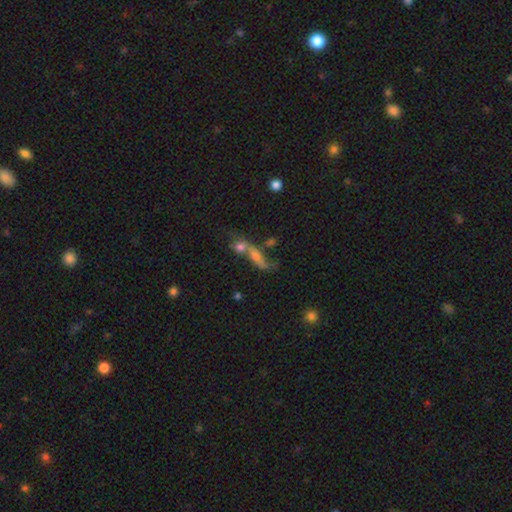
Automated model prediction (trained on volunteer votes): Smooth or featured: featured or disk — 40% (smooth — 38%)
Merging: merger — 43% (none — 31%)